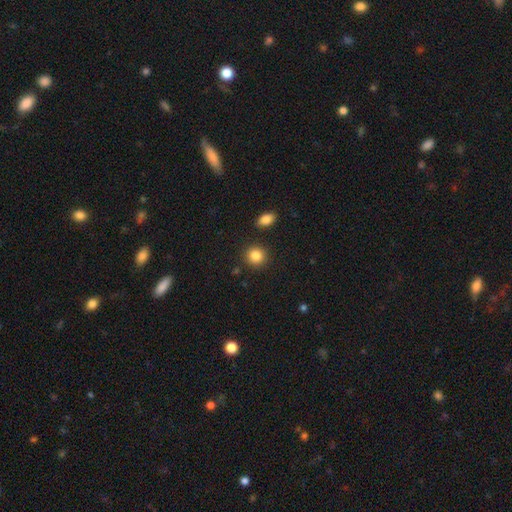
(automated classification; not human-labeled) Morphology: type=smooth (86%); roundness=round (86%); merging=none (88%).